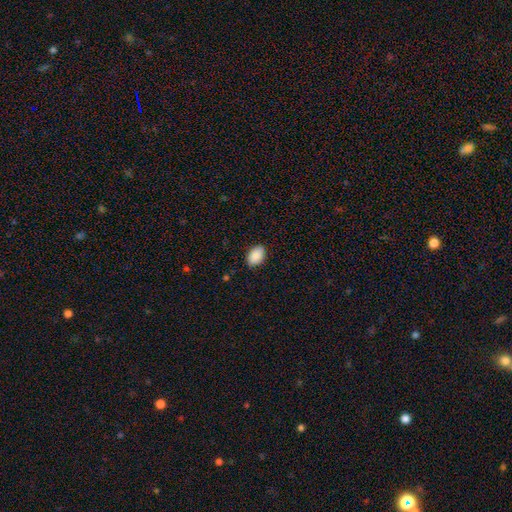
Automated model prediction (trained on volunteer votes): Smooth or featured?
  - smooth: 90% *
  - star or artifact: 7%
  - featured or disk: 3%
How rounded?
  - in between: 87% *
  - round: 12%
  - cigar-shaped: 1%
Merging?
  - none: 87% *
  - minor disturbance: 10%
  - major disturbance: 2%
  - merger: 1%